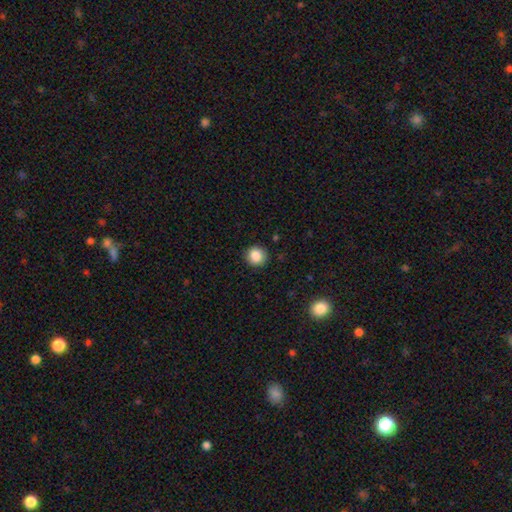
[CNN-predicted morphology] Q: Smooth or featured?
A: smooth (86%); runner-up: star or artifact (10%)
Q: How rounded?
A: round (93%); runner-up: in between (6%)
Q: Merging?
A: none (91%); runner-up: minor disturbance (6%)